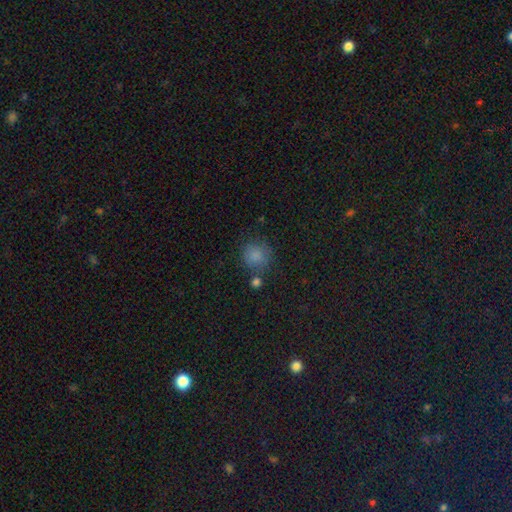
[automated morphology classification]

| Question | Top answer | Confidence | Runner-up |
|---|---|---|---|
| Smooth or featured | smooth | 84% | star or artifact (11%) |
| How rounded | round | 90% | in between (9%) |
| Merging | none | 73% | minor disturbance (13%) |